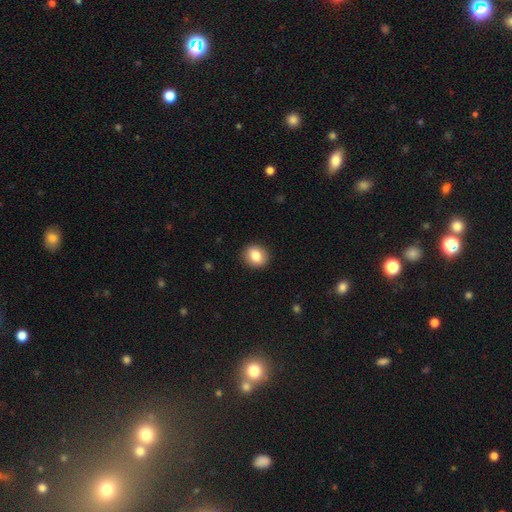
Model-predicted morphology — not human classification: A smooth galaxy with no disk features (83%) that is round (66%). Merging: none (90%).